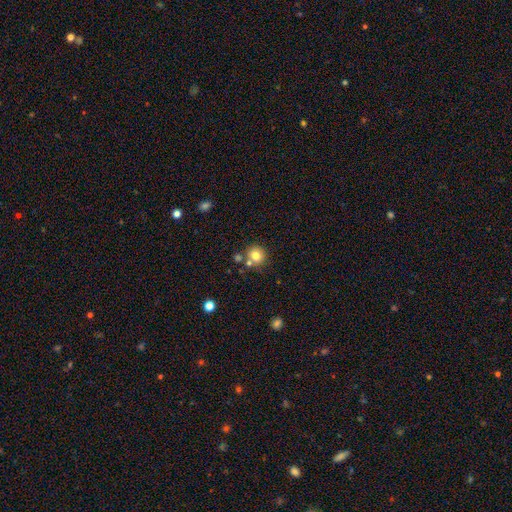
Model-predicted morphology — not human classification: Smooth or featured: smooth — 78% (star or artifact — 12%)
How rounded: round — 87% (in between — 12%)
Merging: none — 69% (merger — 17%)